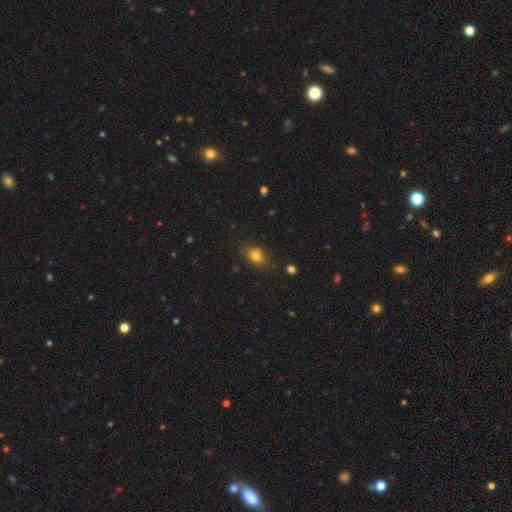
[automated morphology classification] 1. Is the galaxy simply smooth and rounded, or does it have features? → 80% smooth, 13% star or artifact, 8% featured or disk.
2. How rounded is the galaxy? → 61% in between, 37% round, 2% cigar-shaped.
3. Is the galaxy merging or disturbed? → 79% none, 15% minor disturbance, 4% major disturbance, 2% merger.